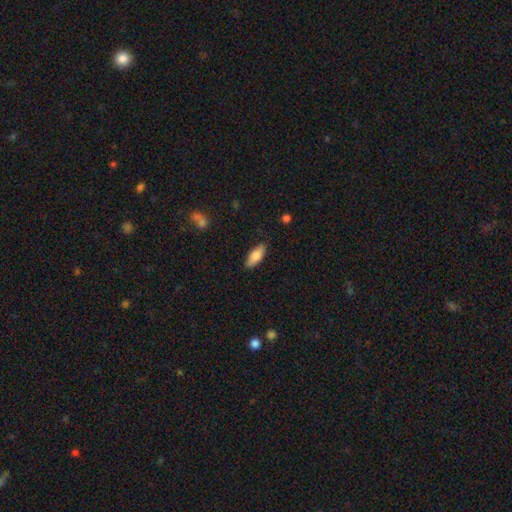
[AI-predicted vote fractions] The model was most divided on "how rounded": in between: 78%, cigar-shaped: 20%, round: 2%. More confident: merging — none (85%); smooth or featured — smooth (83%).